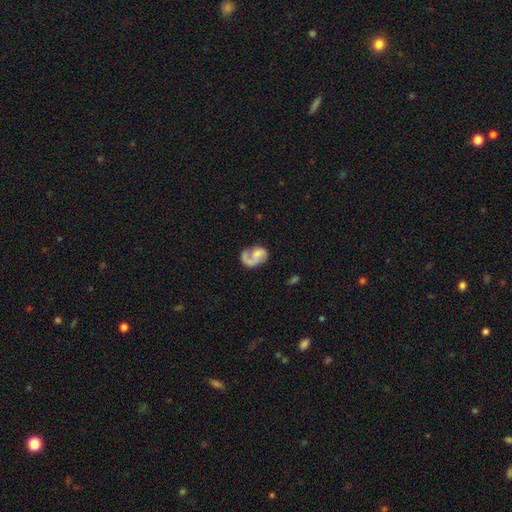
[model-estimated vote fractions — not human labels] smooth_or_featured: featured or disk (p=0.64) [alt: smooth p=0.29]
disk_edge_on: no (p=0.98) [alt: yes p=0.02]
bar: no (p=0.74) [alt: weak p=0.22]
has_spiral_arms: yes (p=0.79) [alt: no p=0.21]
bulge_size: small (p=0.33) [alt: none p=0.29]
merging: major disturbance (p=0.38) [alt: none p=0.36]